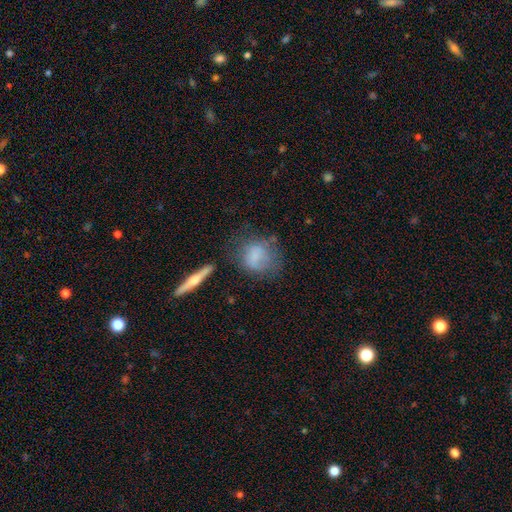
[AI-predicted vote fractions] The model was most divided on "merging": none: 49%, minor disturbance: 25%, major disturbance: 19%, merger: 7%. More confident: smooth or featured — smooth (64%); how rounded — round (63%).